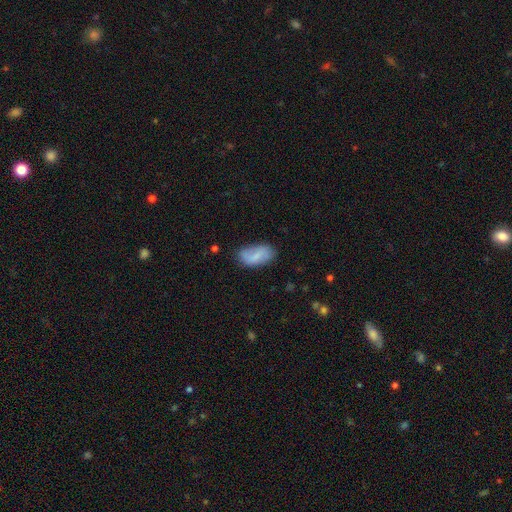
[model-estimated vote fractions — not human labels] Overall: smooth (71%). How rounded: in between (93%). Merging: none (69%).